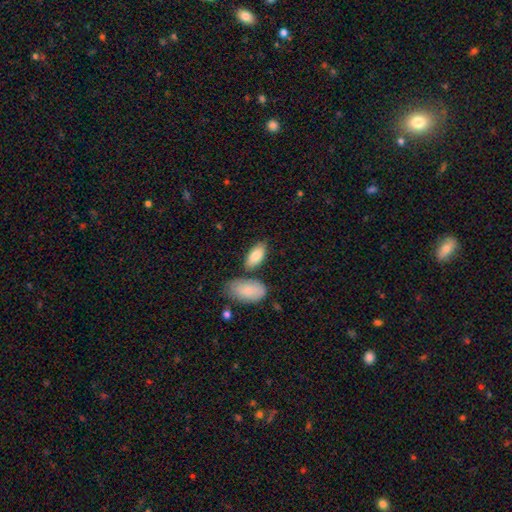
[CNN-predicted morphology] smooth 83%, featured or disk 11%, star or artifact 6%. Down the decision tree: how rounded — in between (91%); merging — none (66%).